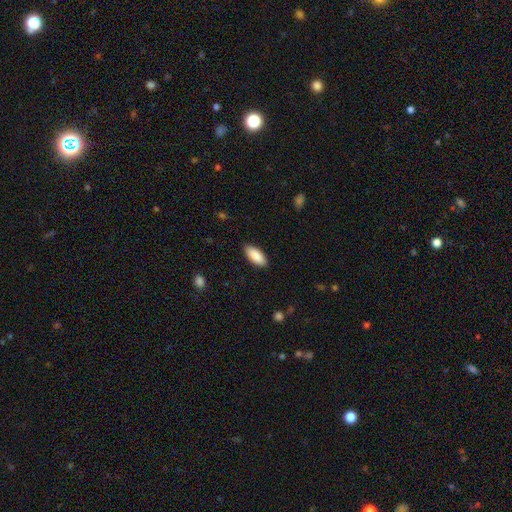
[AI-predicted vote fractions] Smooth or featured: smooth — 89% (star or artifact — 6%)
How rounded: in between — 86% (cigar-shaped — 12%)
Merging: none — 89% (minor disturbance — 8%)